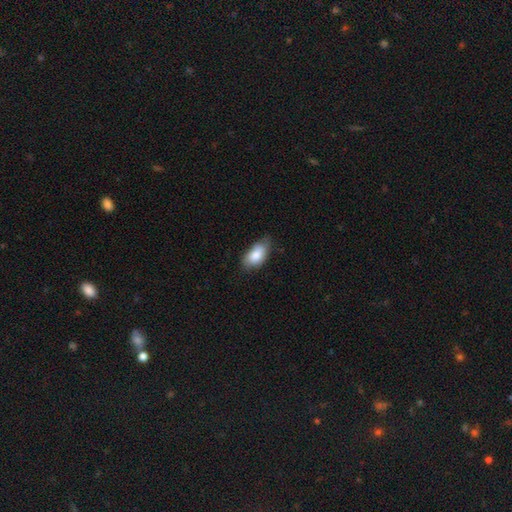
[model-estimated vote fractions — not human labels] Smooth or featured? smooth (82%)
How rounded? in between (92%)
Merging? none (63%)